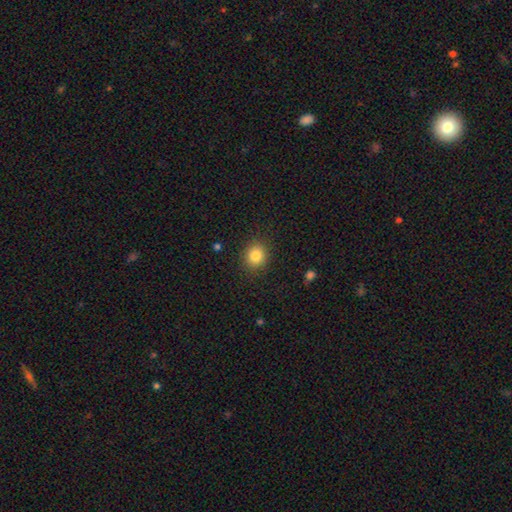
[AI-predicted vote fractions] This is clearly a smooth galaxy (83%). How rounded: likely round (79%). Merging: clearly none (89%).